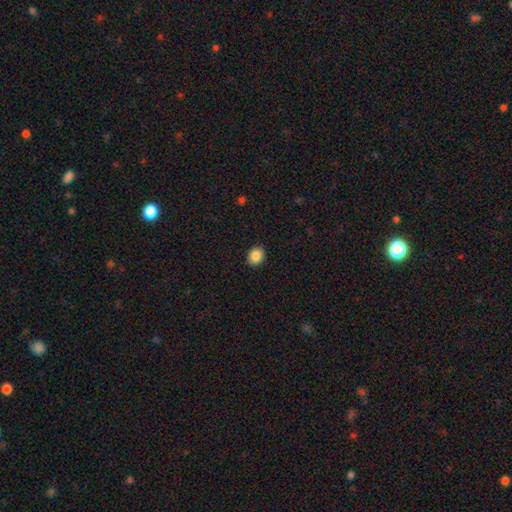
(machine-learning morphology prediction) smooth 87%, star or artifact 9%, featured or disk 4%. Down the decision tree: how rounded — round (67%); merging — none (91%).